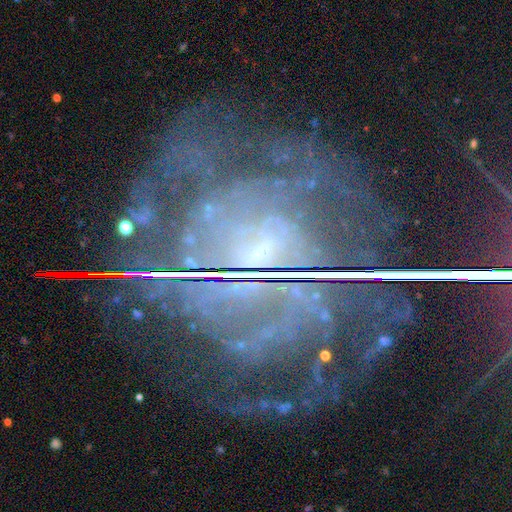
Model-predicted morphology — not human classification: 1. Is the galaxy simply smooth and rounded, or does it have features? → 77% featured or disk, 16% star or artifact, 7% smooth.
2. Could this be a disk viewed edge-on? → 96% no, 4% yes.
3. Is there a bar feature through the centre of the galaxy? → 44% no, 37% weak, 18% strong.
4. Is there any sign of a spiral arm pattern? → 87% yes, 13% no.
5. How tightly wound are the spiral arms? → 54% tight, 33% medium, 12% loose.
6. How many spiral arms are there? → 39% can't tell, 21% 2, 13% 3, 10% 4, 9% more than 4, 8% 1.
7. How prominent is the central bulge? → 58% small, 22% moderate, 14% none, 4% large, 2% dominant.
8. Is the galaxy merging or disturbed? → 61% none, 18% major disturbance, 17% minor disturbance, 3% merger.